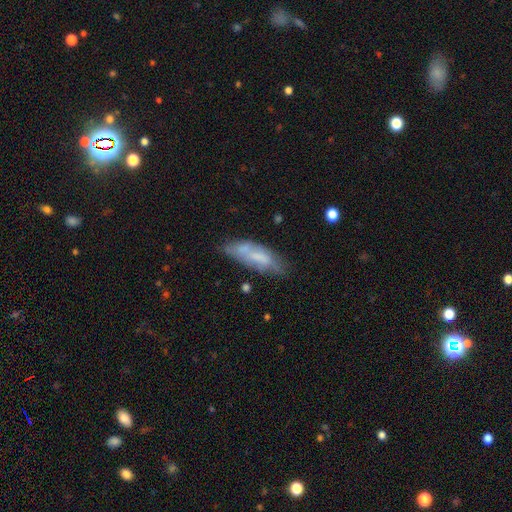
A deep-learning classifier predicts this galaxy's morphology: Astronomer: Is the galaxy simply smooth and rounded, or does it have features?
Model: smooth — 52% (runner-up: featured or disk, 40%).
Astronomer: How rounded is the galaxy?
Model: in between — 52% (runner-up: cigar-shaped, 46%).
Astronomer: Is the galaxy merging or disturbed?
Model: none — 58%.